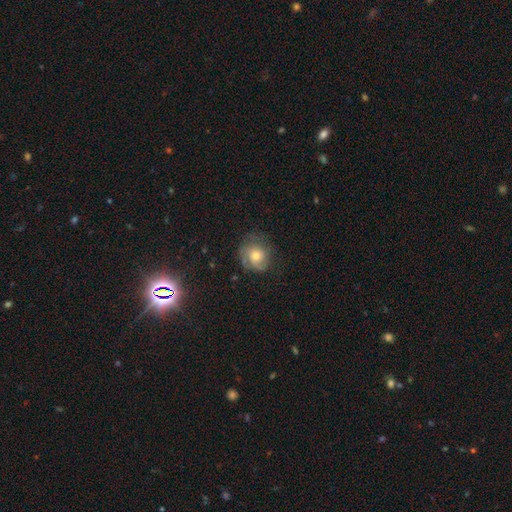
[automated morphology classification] smooth_or_featured: featured or disk (p=0.55) [alt: smooth p=0.34]
disk_edge_on: no (p=0.97) [alt: yes p=0.03]
bar: no (p=0.80) [alt: weak p=0.17]
has_spiral_arms: yes (p=0.83) [alt: no p=0.17]
bulge_size: moderate (p=0.62) [alt: small p=0.28]
merging: none (p=0.65) [alt: minor disturbance p=0.22]